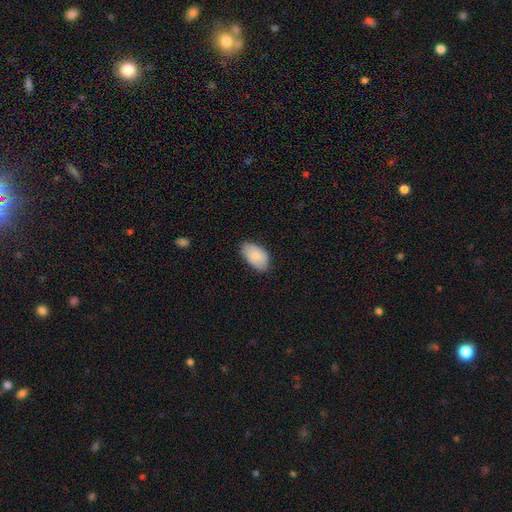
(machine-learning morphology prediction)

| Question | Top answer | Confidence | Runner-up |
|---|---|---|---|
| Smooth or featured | smooth | 86% | featured or disk (8%) |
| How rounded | in between | 95% | round (4%) |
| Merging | none | 78% | minor disturbance (19%) |